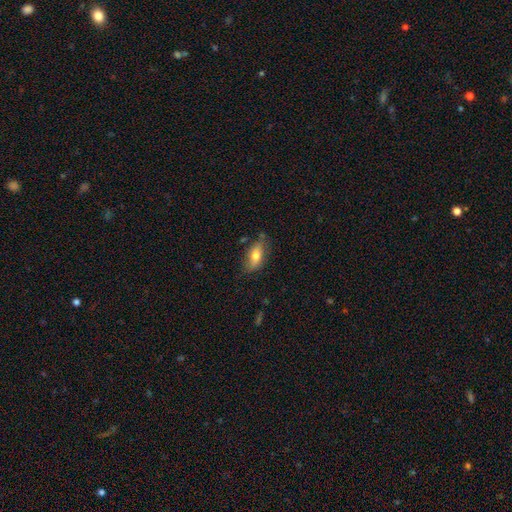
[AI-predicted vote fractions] This is likely a smooth galaxy (71%). How rounded: clearly in between (83%). Merging: likely none (71%).